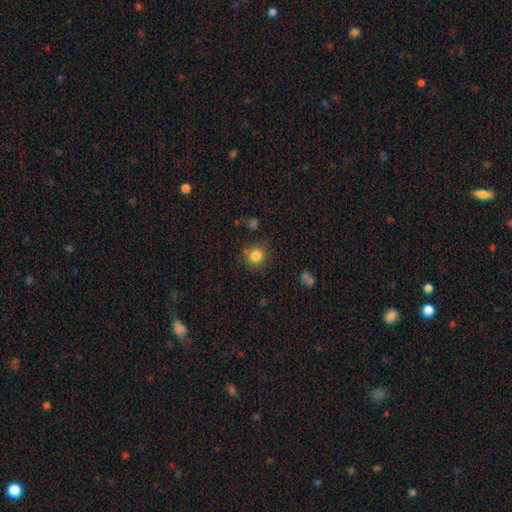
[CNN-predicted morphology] A smooth galaxy with no disk features (83%) that is round (87%). Merging: none (80%).